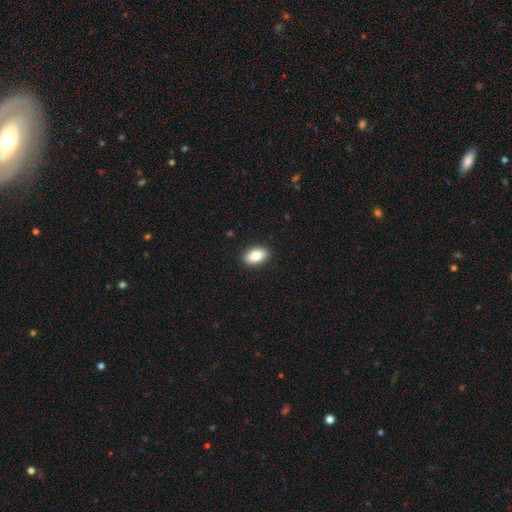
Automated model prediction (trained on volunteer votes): Morphology: type=smooth (85%); roundness=in between (91%); merging=none (90%).